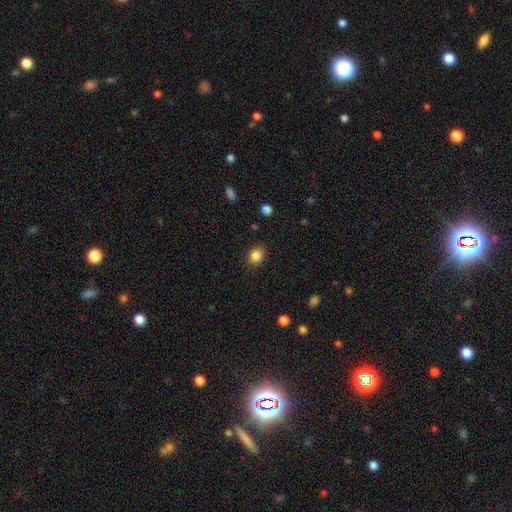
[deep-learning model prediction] smooth_or_featured: smooth (p=0.85) [alt: star or artifact p=0.10]
how_rounded: round (p=0.53) [alt: in between p=0.46]
merging: none (p=0.86) [alt: minor disturbance p=0.10]